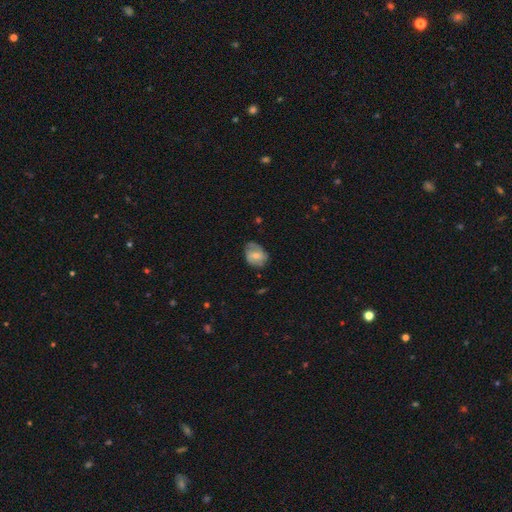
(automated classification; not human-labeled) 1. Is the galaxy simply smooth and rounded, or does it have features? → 50% featured or disk, 43% smooth, 7% star or artifact.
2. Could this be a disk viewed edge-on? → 96% no, 4% yes.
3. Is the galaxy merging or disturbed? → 63% none, 28% minor disturbance, 8% major disturbance, 1% merger.